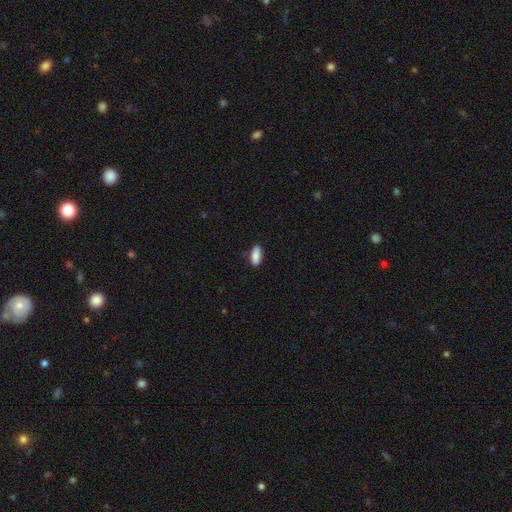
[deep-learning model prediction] Smooth or featured? smooth (89%)
How rounded? in between (88%)
Merging? none (84%)